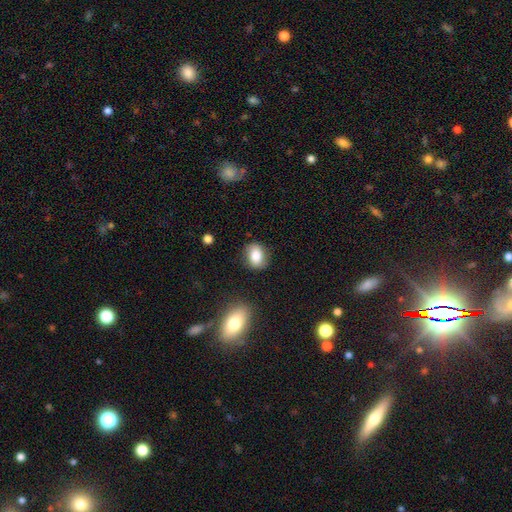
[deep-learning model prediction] Smooth or featured? smooth (77%)
How rounded? in between (59%)
Merging? none (82%)